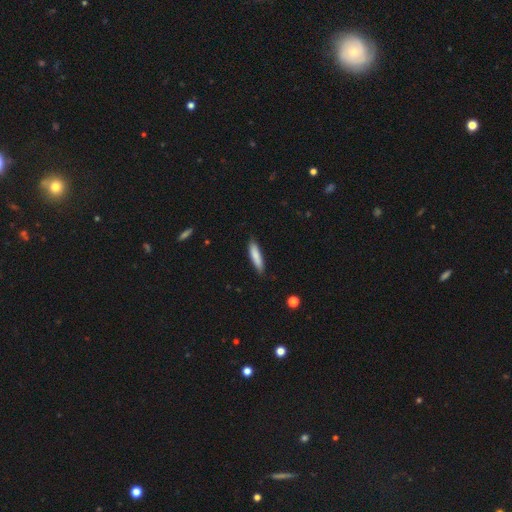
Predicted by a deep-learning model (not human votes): A smooth galaxy with no disk features (81%) that is cigar-shaped (81%).

Vote fractions:
- Smooth or featured? smooth: 81% / featured or disk: 13% / star or artifact: 6%
- How rounded? cigar-shaped: 81% / in between: 18% / round: 1%
- Merging? none: 84% / minor disturbance: 13% / major disturbance: 2% / merger: 1%